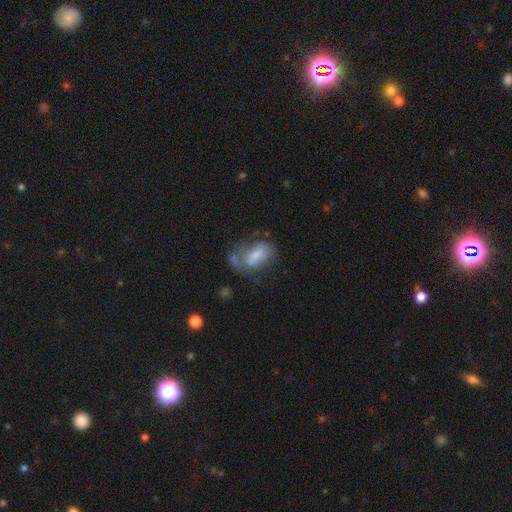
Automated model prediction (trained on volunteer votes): This is likely a smooth galaxy (65%). How rounded: clearly in between (88%). Merging: marginally none (36%).